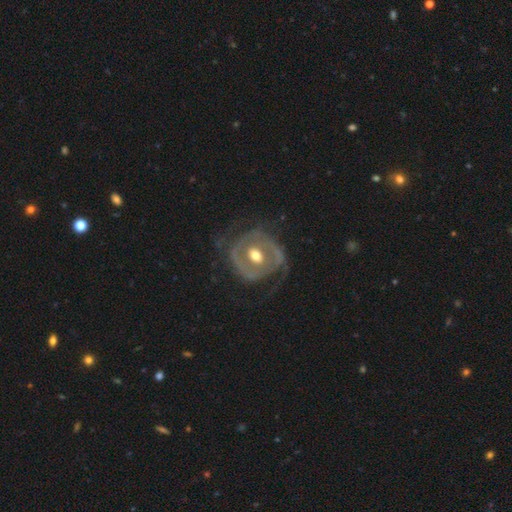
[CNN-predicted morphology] featured or disk 76%, smooth 19%, star or artifact 5%. Down the decision tree: edge-on disk — no (96%); bar — no (59%); spiral arms — yes (53%); bulge size — moderate (76%); merging — none (53%).